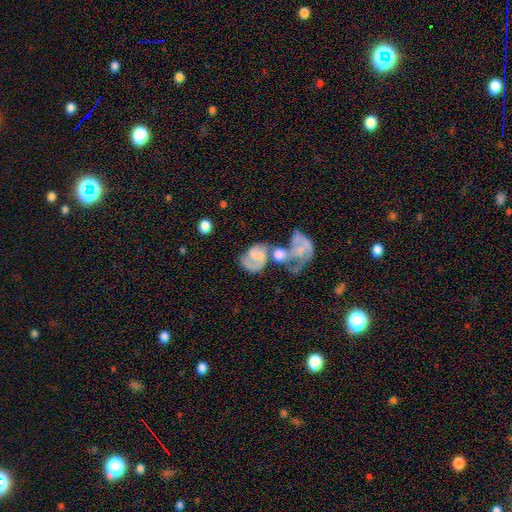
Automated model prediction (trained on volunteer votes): Smooth or featured? featured or disk (71%)
Edge-on disk? no (98%)
Bar? no (51%)
Spiral arms? yes (85%)
Spiral winding? medium (44%)
Spiral arm count? 2 (67%)
Bulge size? none (47%)
Merging? merger (58%)